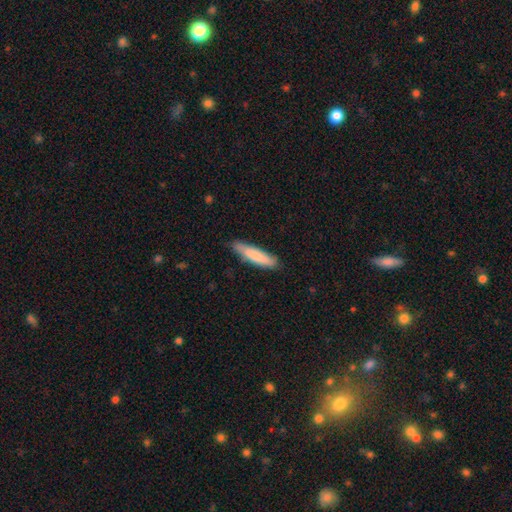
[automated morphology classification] Smooth or featured? Predicted: smooth (p=0.81). How rounded? Predicted: cigar-shaped (p=0.83). Merging? Predicted: none (p=0.82).